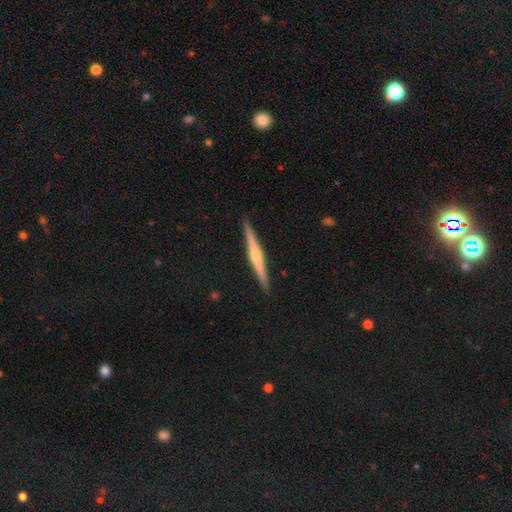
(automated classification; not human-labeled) Q: Smooth or featured?
A: featured or disk (67%); runner-up: smooth (27%)
Q: Edge-on disk?
A: yes (98%); runner-up: no (2%)
Q: Edge-on bulge?
A: rounded (69%); runner-up: none (23%)
Q: Merging?
A: none (92%); runner-up: minor disturbance (6%)